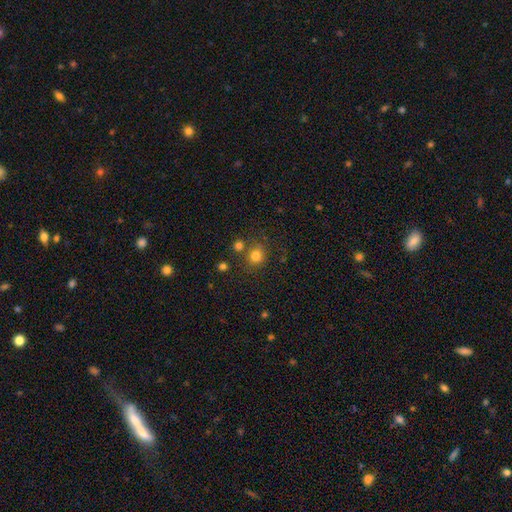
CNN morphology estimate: smooth_or_featured: smooth (p=0.79) [alt: star or artifact p=0.14]
how_rounded: round (p=0.84) [alt: in between p=0.15]
merging: none (p=0.72) [alt: merger p=0.13]